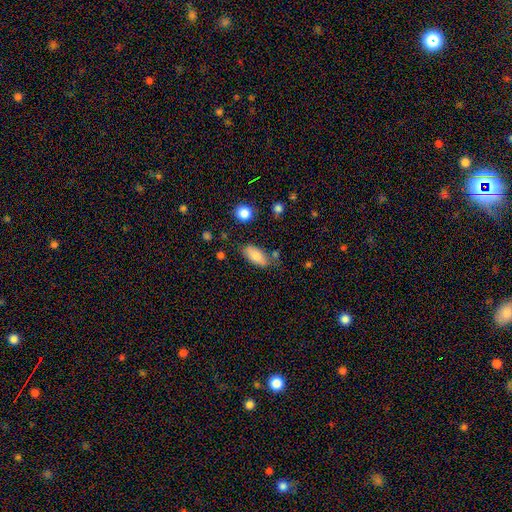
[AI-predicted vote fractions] This is clearly a smooth galaxy (80%). How rounded: clearly in between (87%). Merging: likely none (71%).